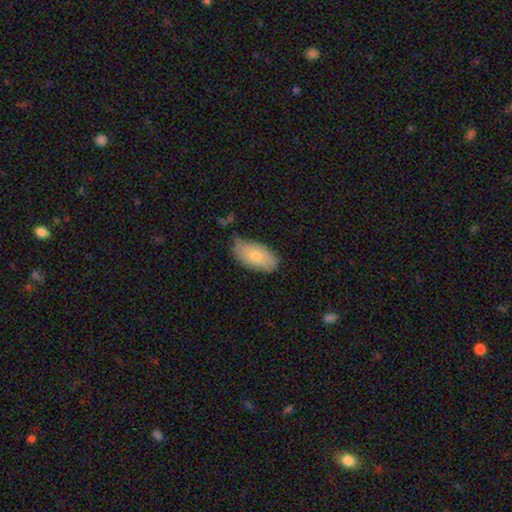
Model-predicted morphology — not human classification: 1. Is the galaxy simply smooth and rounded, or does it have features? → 78% smooth, 16% featured or disk, 6% star or artifact.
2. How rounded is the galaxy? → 94% in between, 3% round, 3% cigar-shaped.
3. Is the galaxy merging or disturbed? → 66% none, 26% minor disturbance, 5% major disturbance, 3% merger.